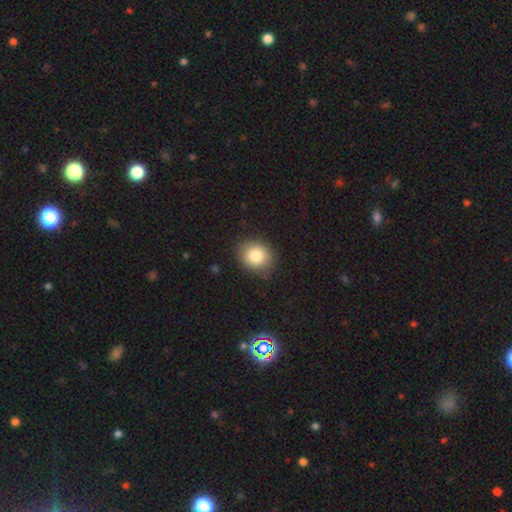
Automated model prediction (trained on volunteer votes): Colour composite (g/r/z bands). It shows a smooth galaxy with no disk features (83%) that is round (67%). Merging: none (85%).